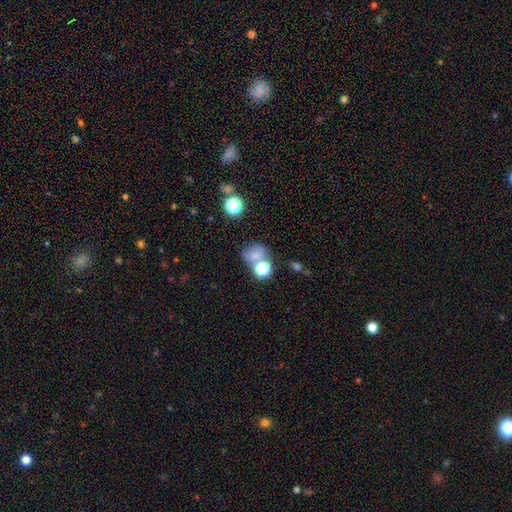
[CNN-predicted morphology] smooth_or_featured: smooth (p=0.57) [alt: featured or disk p=0.22]
how_rounded: round (p=0.56) [alt: in between p=0.43]
merging: none (p=0.35) [alt: merger p=0.32]